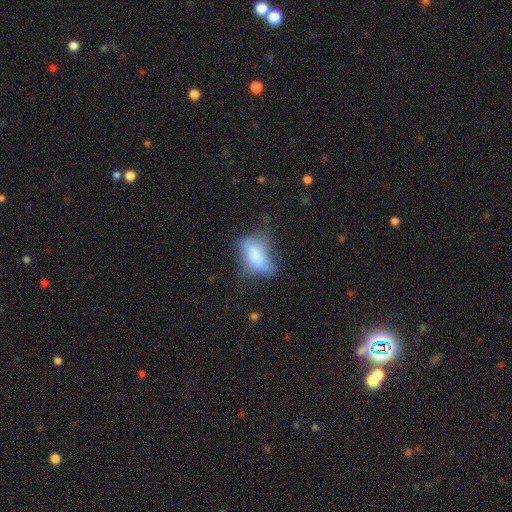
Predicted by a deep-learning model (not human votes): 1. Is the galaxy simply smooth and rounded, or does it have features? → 64% smooth, 26% featured or disk, 10% star or artifact.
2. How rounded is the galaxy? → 85% in between, 10% cigar-shaped, 6% round.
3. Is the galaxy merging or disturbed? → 34% none, 31% minor disturbance, 29% major disturbance, 6% merger.